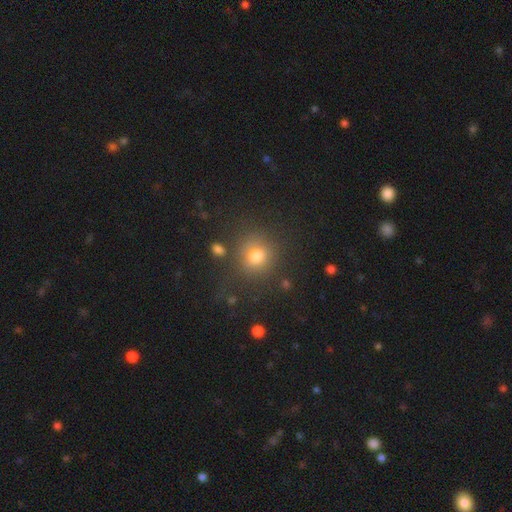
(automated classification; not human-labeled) Smooth or featured? smooth (76%)
How rounded? round (84%)
Merging? none (77%)